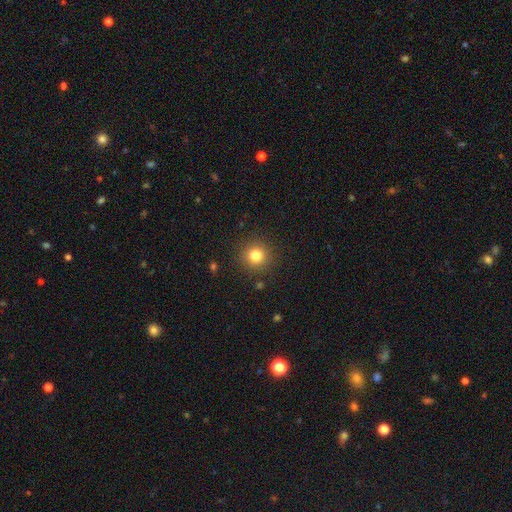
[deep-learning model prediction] Q: Smooth or featured?
A: smooth (81%); runner-up: star or artifact (13%)
Q: How rounded?
A: round (94%); runner-up: in between (5%)
Q: Merging?
A: none (90%); runner-up: minor disturbance (6%)